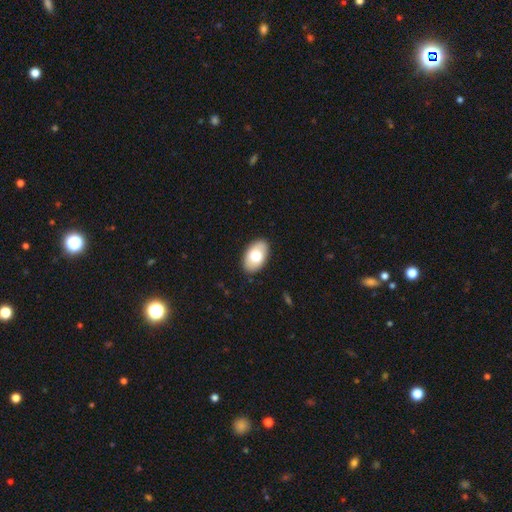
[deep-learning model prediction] Smooth or featured? Predicted: smooth (p=0.76). How rounded? Predicted: in between (p=0.93). Merging? Predicted: none (p=0.87).